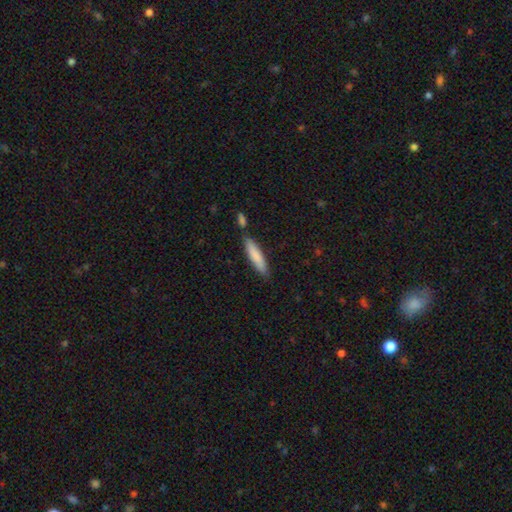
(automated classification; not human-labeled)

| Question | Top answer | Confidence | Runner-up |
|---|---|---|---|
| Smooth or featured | smooth | 82% | featured or disk (12%) |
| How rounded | cigar-shaped | 79% | in between (20%) |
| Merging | none | 74% | minor disturbance (13%) |